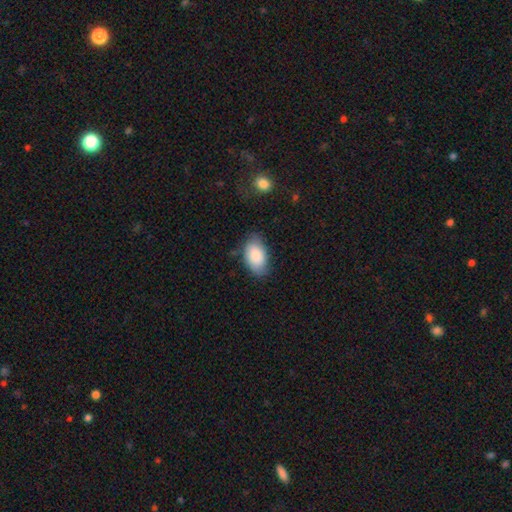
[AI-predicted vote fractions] This appears to be a smooth galaxy with no disk features (84%) that is in between round and cigar-shaped (92%). Merging: none (73%).